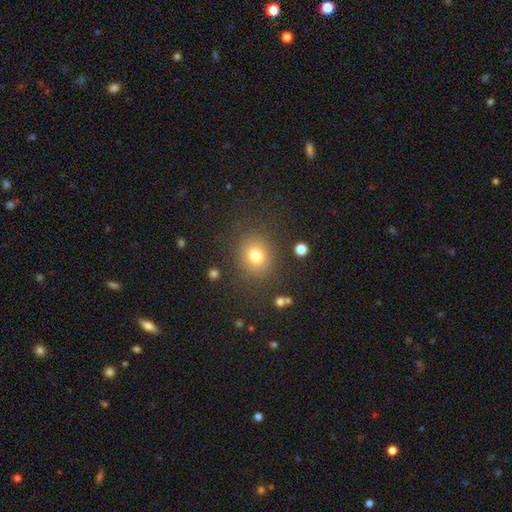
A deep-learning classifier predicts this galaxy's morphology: smooth 77%, star or artifact 14%, featured or disk 8%. Down the decision tree: how rounded — round (76%); merging — none (84%).